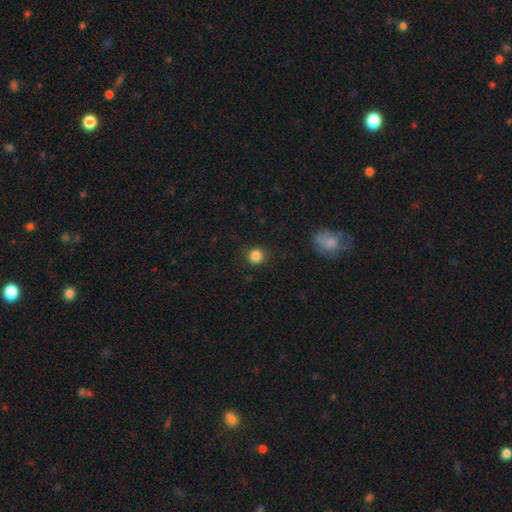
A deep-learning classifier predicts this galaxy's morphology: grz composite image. It shows a smooth galaxy with no disk features (85%) that is round (92%). Merging: none (88%).